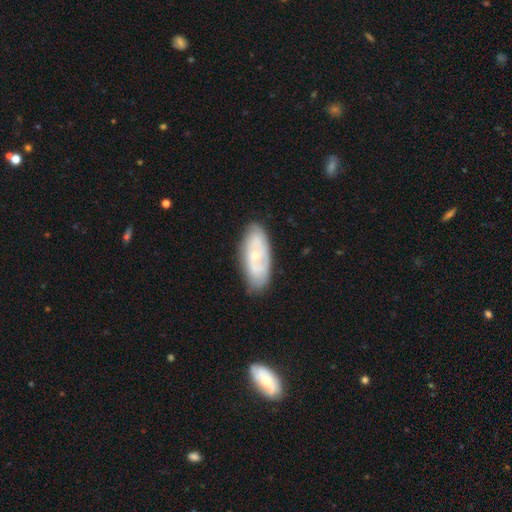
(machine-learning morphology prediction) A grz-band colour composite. It shows a featured or disk galaxy (59%) with no bar (75%), spiral arms (65%) and a small central bulge (66%). Merging: none (78%).